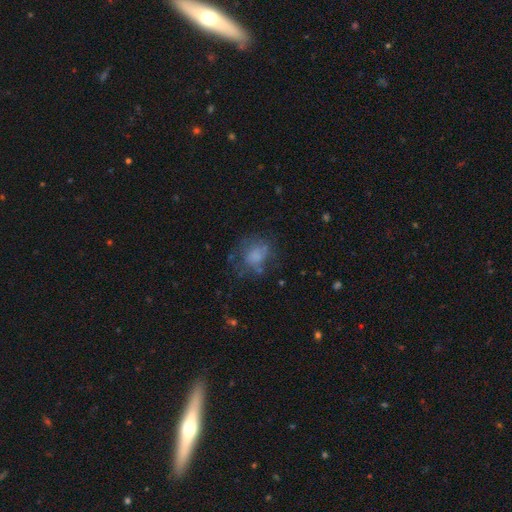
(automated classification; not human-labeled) The model was most divided on "how rounded": round: 63%, in between: 36%, cigar-shaped: 1%. More confident: smooth or featured — smooth (62%); merging — none (54%).